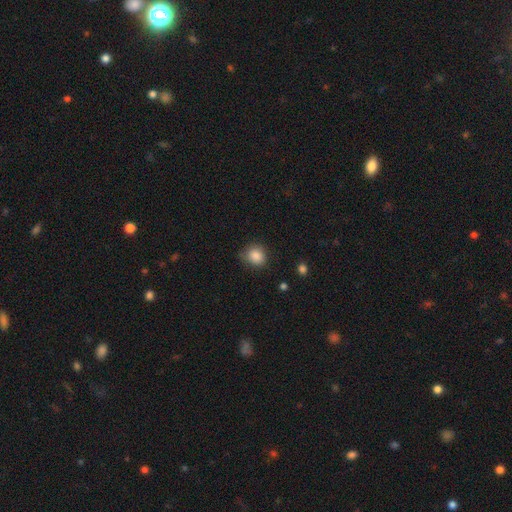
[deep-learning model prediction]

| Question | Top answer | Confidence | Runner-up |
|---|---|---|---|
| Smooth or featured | smooth | 86% | star or artifact (9%) |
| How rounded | round | 77% | in between (23%) |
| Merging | none | 75% | minor disturbance (20%) |